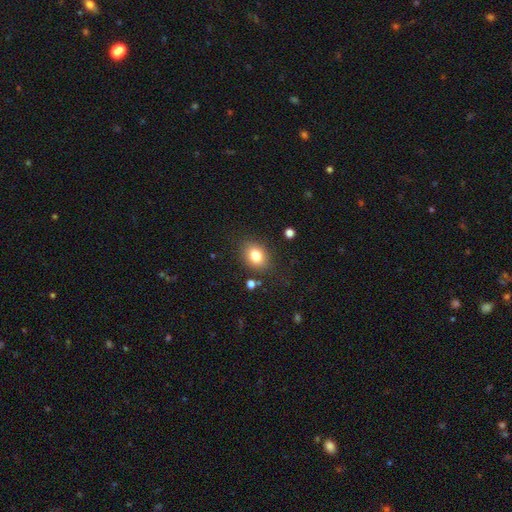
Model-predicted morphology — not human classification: smooth_or_featured: smooth (p=0.81) [alt: star or artifact p=0.10]
how_rounded: in between (p=0.56) [alt: round p=0.43]
merging: none (p=0.82) [alt: minor disturbance p=0.12]